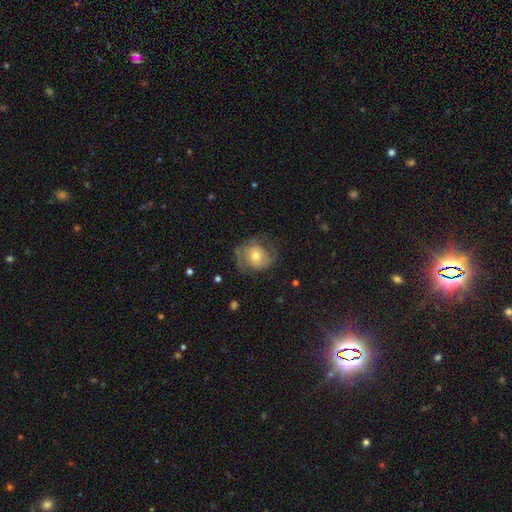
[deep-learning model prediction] smooth-or-featured: featured or disk: 53% | smooth: 38% | star or artifact: 9%
  disk-edge-on: no: 96% | yes: 4%
    bar: no: 73% | weak: 21% | strong: 6%
    has-spiral-arms: yes: 74% | no: 26%
    bulge-size: moderate: 59% | small: 33% | large: 6% | none: 1% | dominant: 1%
  merging: none: 58% | minor disturbance: 23% | major disturbance: 17% | merger: 1%